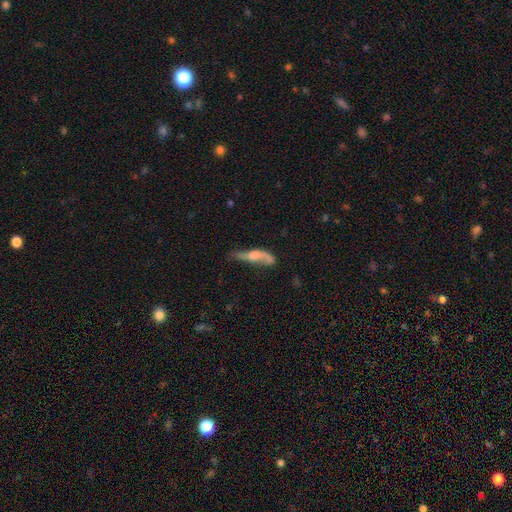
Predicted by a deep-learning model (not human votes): A featured or disk galaxy (49%).

Vote fractions:
- Smooth or featured? featured or disk: 49% / smooth: 43% / star or artifact: 8%
- Merging? none: 39% / minor disturbance: 28% / major disturbance: 24% / merger: 9%